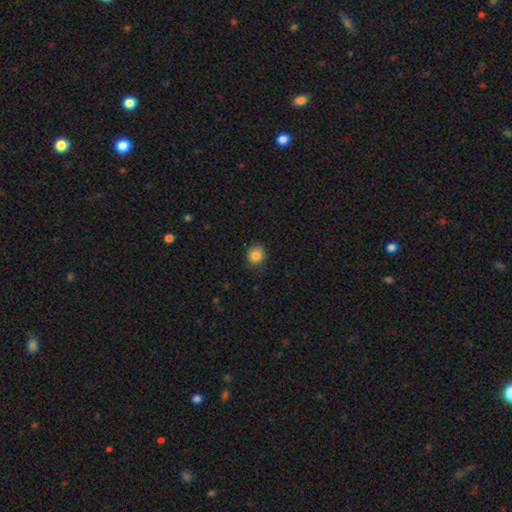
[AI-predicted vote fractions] The model was most divided on "how rounded": round: 80%, in between: 19%, cigar-shaped: 1%. More confident: smooth or featured — smooth (86%); merging — none (86%).